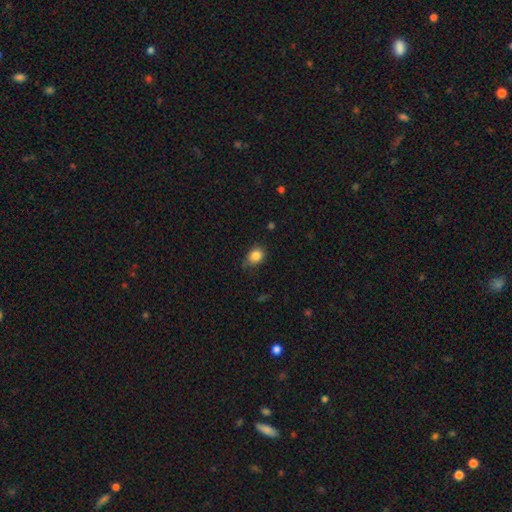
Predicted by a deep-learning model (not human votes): This appears to be a smooth galaxy with no disk features (84%) that is round (57%). Merging: none (67%).